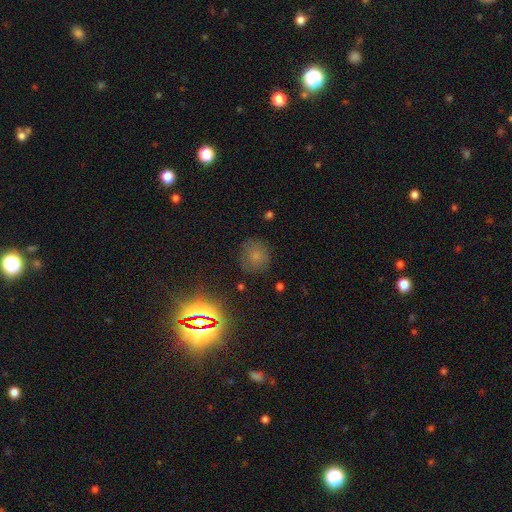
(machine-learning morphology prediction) Smooth or featured: smooth — 68% (star or artifact — 22%)
How rounded: round — 88% (in between — 11%)
Merging: none — 80% (minor disturbance — 13%)